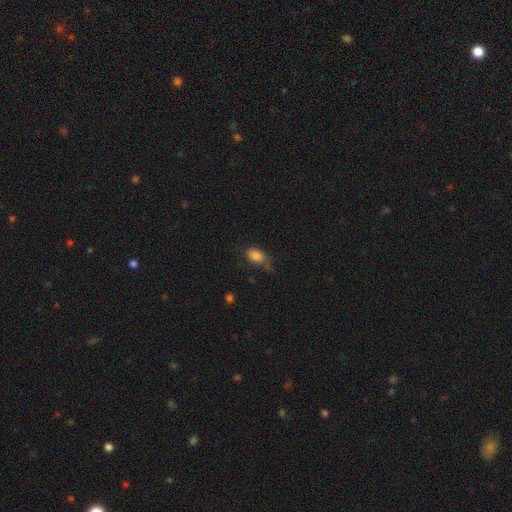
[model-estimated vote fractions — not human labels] Smooth or featured?
  - smooth: 84% *
  - star or artifact: 9%
  - featured or disk: 8%
How rounded?
  - in between: 88% *
  - round: 8%
  - cigar-shaped: 4%
Merging?
  - none: 41% *
  - minor disturbance: 37%
  - major disturbance: 18%
  - merger: 3%